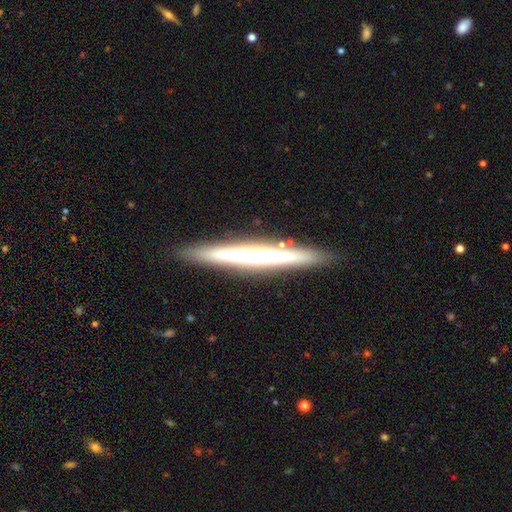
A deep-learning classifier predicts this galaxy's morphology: Smooth or featured: featured or disk — 58% (smooth — 36%)
Edge-on disk: yes — 96% (no — 4%)
Edge-on bulge: none — 67% (rounded — 20%)
Merging: none — 89% (minor disturbance — 8%)